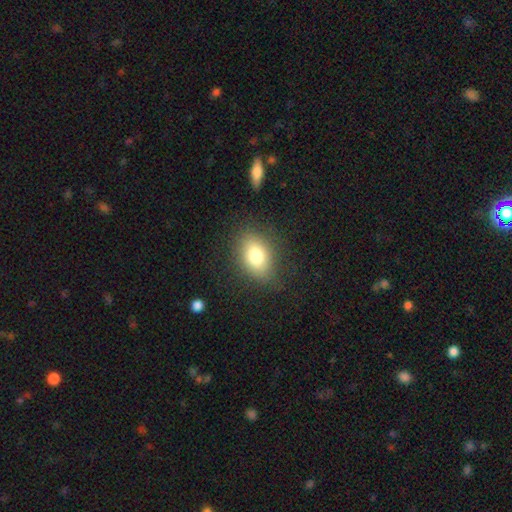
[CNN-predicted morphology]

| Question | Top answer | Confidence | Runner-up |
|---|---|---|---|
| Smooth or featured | smooth | 79% | featured or disk (12%) |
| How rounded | in between | 81% | round (18%) |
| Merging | none | 82% | minor disturbance (12%) |